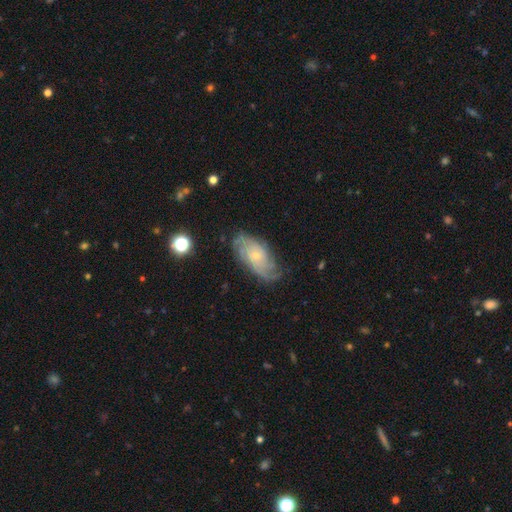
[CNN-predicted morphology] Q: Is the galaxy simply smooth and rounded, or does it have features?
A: featured or disk — 81%.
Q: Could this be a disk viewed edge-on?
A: no — 95%.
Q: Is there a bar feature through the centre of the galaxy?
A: no — 74%.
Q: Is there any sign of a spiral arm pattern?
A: yes — 95%.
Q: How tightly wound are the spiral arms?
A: tight — 54%.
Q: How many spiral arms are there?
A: can't tell — 33%.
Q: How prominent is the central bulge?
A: small — 73%.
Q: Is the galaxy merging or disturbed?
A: none — 71%.